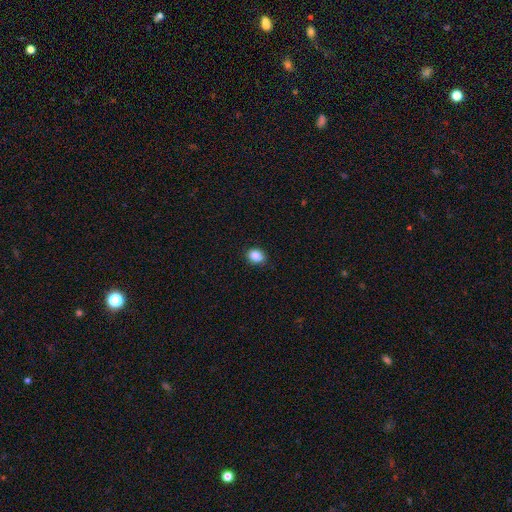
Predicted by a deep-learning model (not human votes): smooth_or_featured: smooth (p=0.87) [alt: star or artifact p=0.09]
how_rounded: in between (p=0.58) [alt: round p=0.41]
merging: none (p=0.88) [alt: minor disturbance p=0.09]